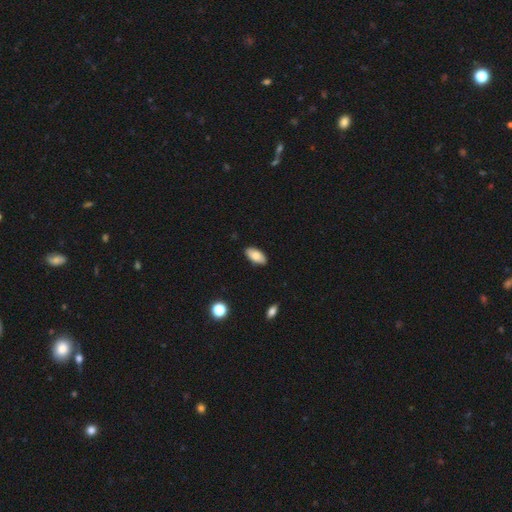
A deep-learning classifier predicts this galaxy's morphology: This appears to be a smooth galaxy with no disk features (83%) that is in between round and cigar-shaped (93%). Merging: none (88%).